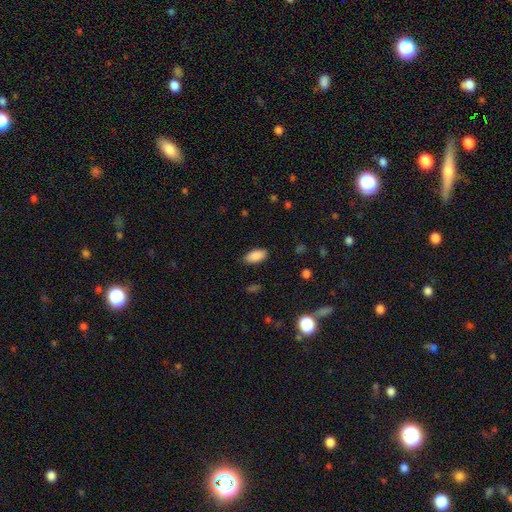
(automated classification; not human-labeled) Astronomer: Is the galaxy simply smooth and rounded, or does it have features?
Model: smooth — 89%.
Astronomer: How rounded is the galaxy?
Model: in between — 93%.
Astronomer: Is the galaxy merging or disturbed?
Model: none — 87%.